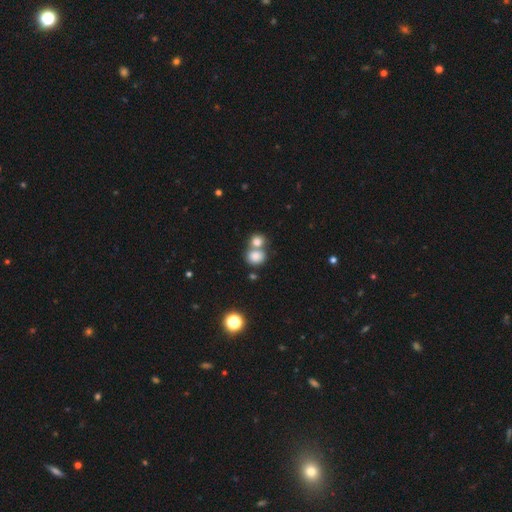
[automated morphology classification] Smooth or featured? smooth (80%)
How rounded? round (70%)
Merging? merger (49%)